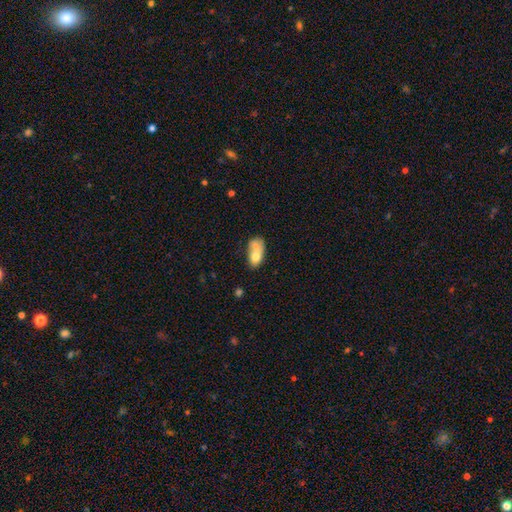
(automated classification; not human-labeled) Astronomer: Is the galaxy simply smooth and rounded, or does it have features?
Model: smooth — 67%.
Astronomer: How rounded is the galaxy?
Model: in between — 83%.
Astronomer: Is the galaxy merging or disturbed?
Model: merger — 53%.